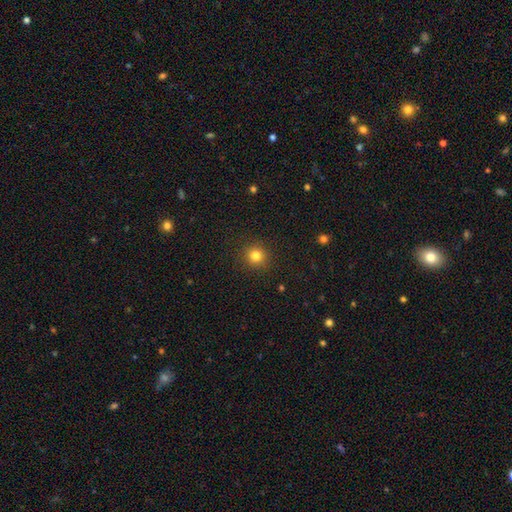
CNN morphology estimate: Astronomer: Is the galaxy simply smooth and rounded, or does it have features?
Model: smooth — 81%.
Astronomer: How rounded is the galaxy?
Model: round — 93%.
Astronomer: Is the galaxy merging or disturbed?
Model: none — 91%.